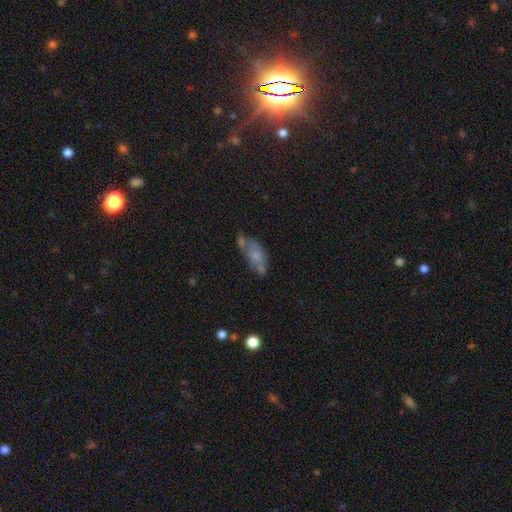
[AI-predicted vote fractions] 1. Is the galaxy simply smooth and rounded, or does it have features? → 49% smooth, 41% featured or disk, 9% star or artifact.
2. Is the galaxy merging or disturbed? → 37% none, 26% minor disturbance, 21% merger, 16% major disturbance.